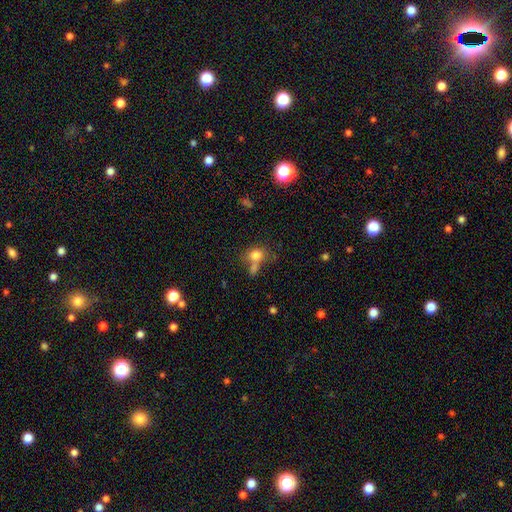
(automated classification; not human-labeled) This appears to be a smooth galaxy with no disk features (77%) that is round (50%). Merging: none (41%).